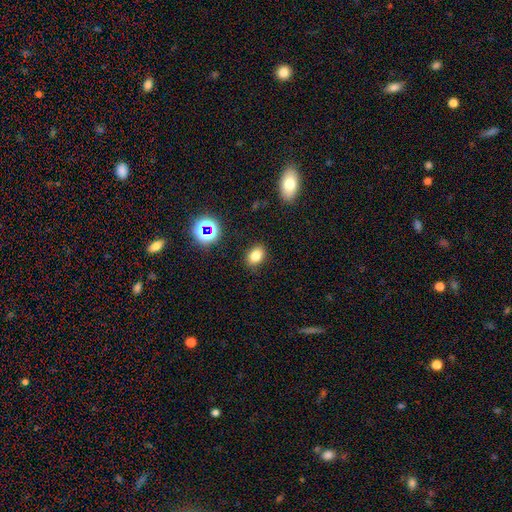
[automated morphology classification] Q: Smooth or featured?
A: smooth (78%); runner-up: star or artifact (15%)
Q: How rounded?
A: in between (71%); runner-up: round (28%)
Q: Merging?
A: none (86%); runner-up: minor disturbance (10%)